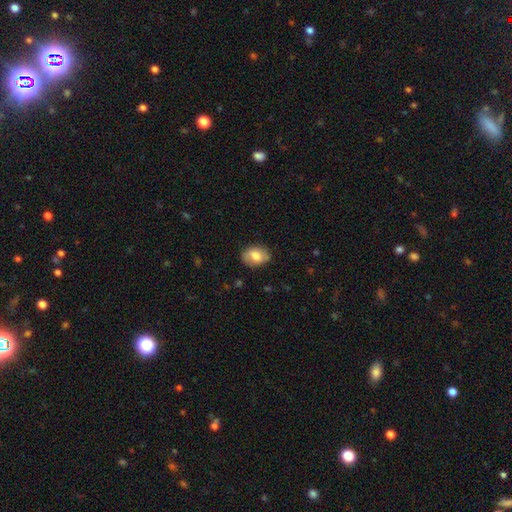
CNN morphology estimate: type=smooth (74%); roundness=in between (73%); merging=none (78%).